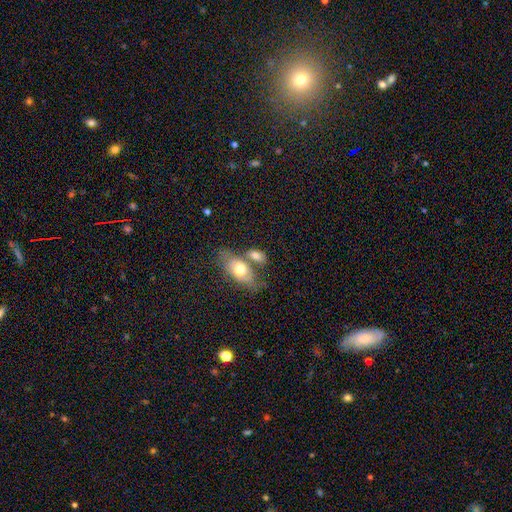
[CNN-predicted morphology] smooth_or_featured: smooth (p=0.70) [alt: featured or disk p=0.22]
how_rounded: in between (p=0.84) [alt: round p=0.09]
merging: none (p=0.42) [alt: merger p=0.37]